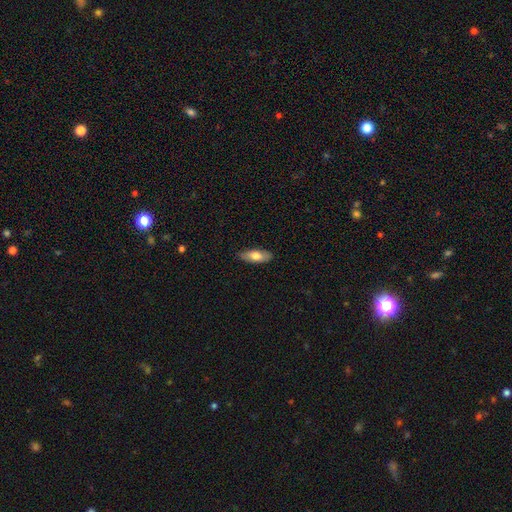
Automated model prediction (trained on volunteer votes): Morphology: type=smooth (72%); roundness=in between (72%); merging=none (87%).